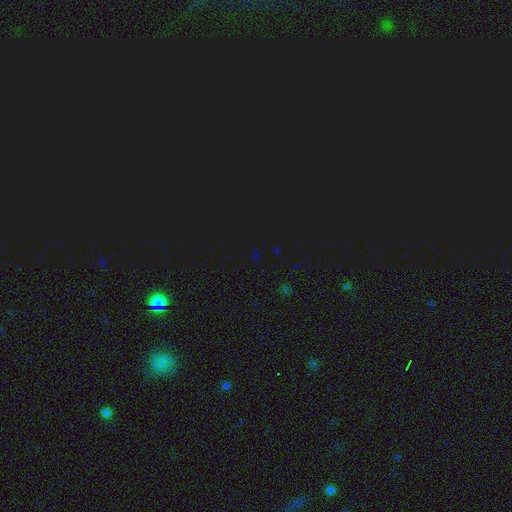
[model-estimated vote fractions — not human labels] Morphology: type=star or artifact (78%).